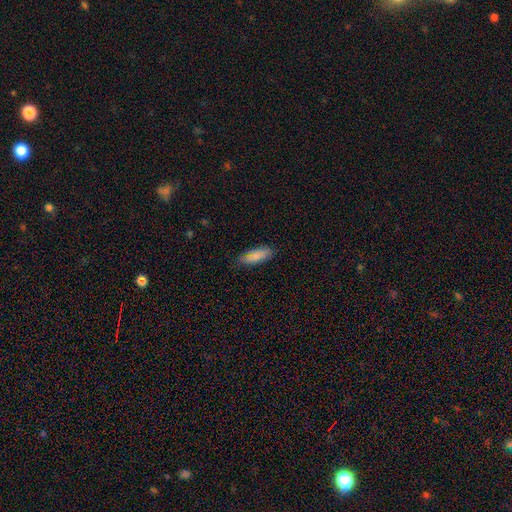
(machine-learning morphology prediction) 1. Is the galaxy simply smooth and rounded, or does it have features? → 82% smooth, 9% featured or disk, 9% star or artifact.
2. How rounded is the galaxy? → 68% in between, 30% cigar-shaped, 2% round.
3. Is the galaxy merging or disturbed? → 78% none, 17% minor disturbance, 3% major disturbance, 2% merger.